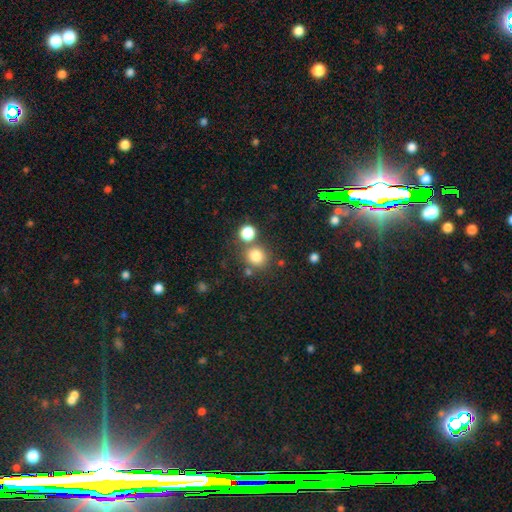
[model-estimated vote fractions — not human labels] Smooth or featured?
  - smooth: 80% *
  - star or artifact: 14%
  - featured or disk: 6%
How rounded?
  - round: 90% *
  - in between: 9%
  - cigar-shaped: 1%
Merging?
  - none: 72% *
  - merger: 16%
  - minor disturbance: 8%
  - major disturbance: 3%